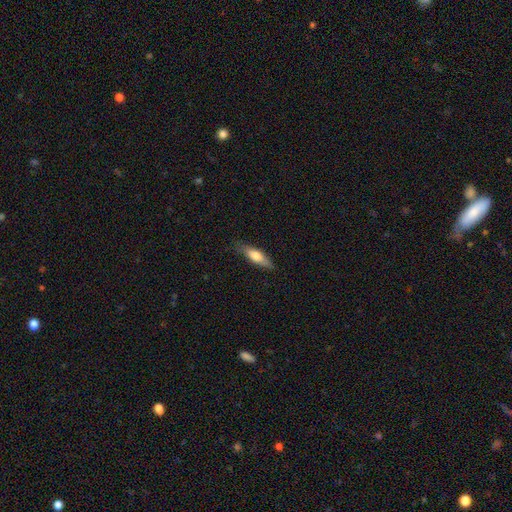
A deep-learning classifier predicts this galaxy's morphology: smooth 67%, featured or disk 27%, star or artifact 6%. Down the decision tree: how rounded — cigar-shaped (54%); merging — none (78%).